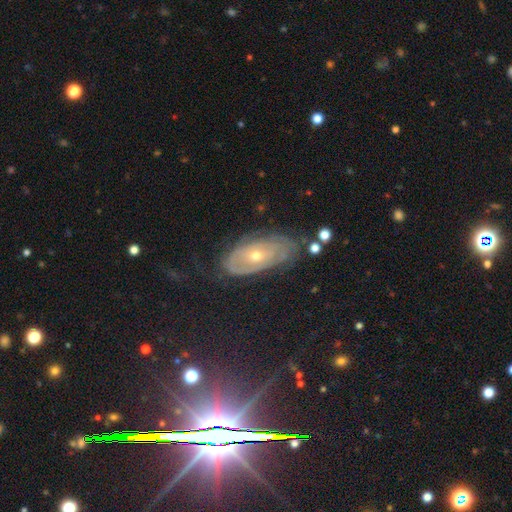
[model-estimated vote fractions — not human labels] smooth_or_featured: featured or disk (p=0.71) [alt: smooth p=0.16]
disk_edge_on: no (p=0.89) [alt: yes p=0.11]
bar: no (p=0.78) [alt: weak p=0.17]
has_spiral_arms: yes (p=0.78) [alt: no p=0.22]
bulge_size: small (p=0.54) [alt: moderate p=0.43]
merging: none (p=0.72) [alt: minor disturbance p=0.20]